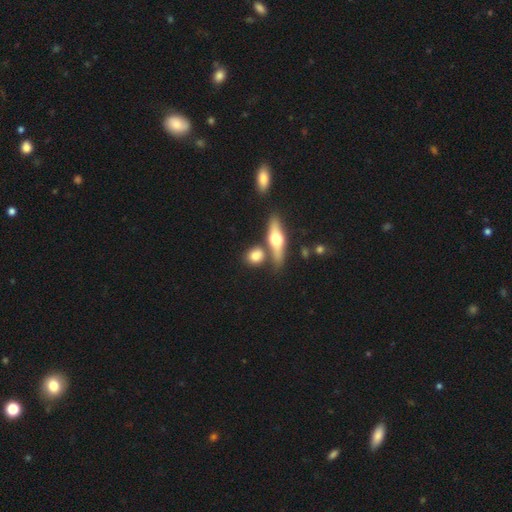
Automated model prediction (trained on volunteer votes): smooth-or-featured: smooth: 71% | featured or disk: 20% | star or artifact: 8%
  how-rounded: round: 58% | in between: 32% | cigar-shaped: 11%
  merging: none: 67% | merger: 18% | minor disturbance: 11% | major disturbance: 4%